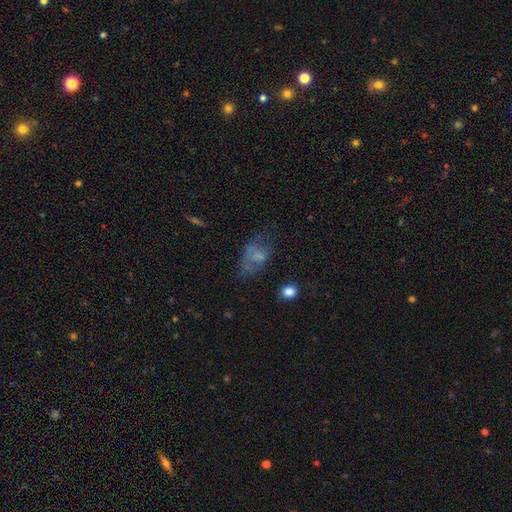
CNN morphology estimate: Smooth or featured? Predicted: smooth (p=0.53). How rounded? Predicted: in between (p=0.84). Merging? Predicted: none (p=0.37).